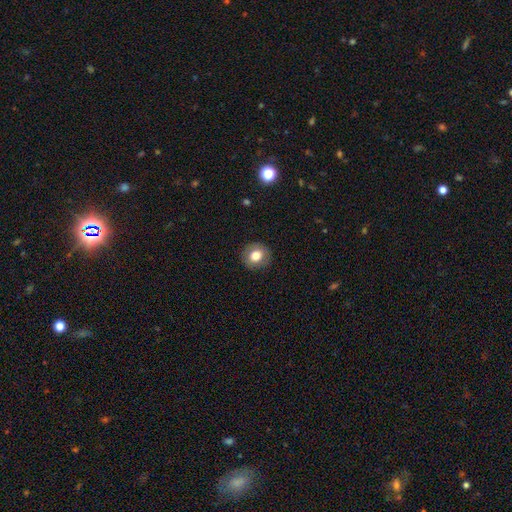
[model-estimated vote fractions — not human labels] Overall: smooth (75%). How rounded: round (82%). Merging: none (88%).